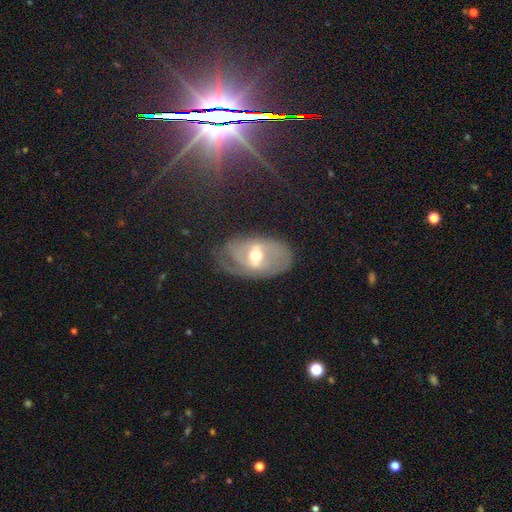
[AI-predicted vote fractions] Smooth or featured?
  - featured or disk: 73% *
  - smooth: 20%
  - star or artifact: 7%
Edge-on disk?
  - no: 93% *
  - yes: 7%
Bar?
  - weak: 46% *
  - strong: 37%
  - no: 17%
Spiral arms?
  - yes: 72% *
  - no: 28%
Bulge size?
  - moderate: 71% *
  - small: 20%
  - large: 7%
  - dominant: 1%
  - none: 1%
Merging?
  - none: 62% *
  - minor disturbance: 23%
  - major disturbance: 13%
  - merger: 2%